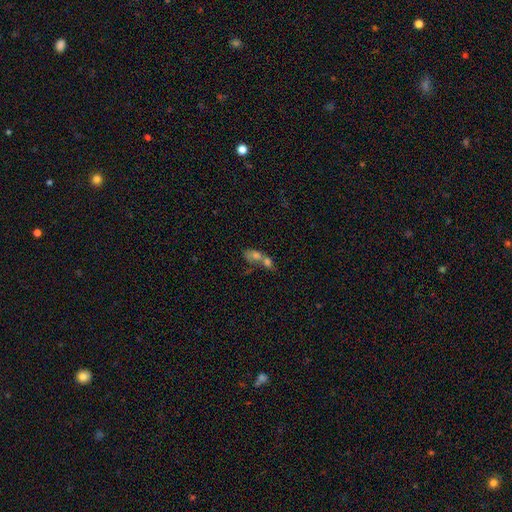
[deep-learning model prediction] Smooth or featured? Predicted: smooth (p=0.61). How rounded? Predicted: in between (p=0.72). Merging? Predicted: merger (p=0.71).